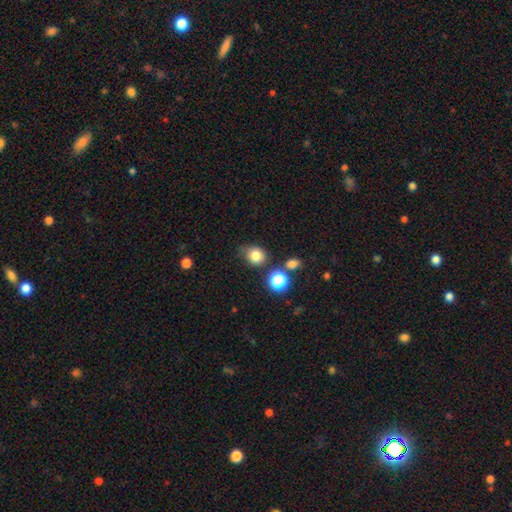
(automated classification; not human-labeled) Smooth or featured?
  - smooth: 80% *
  - star or artifact: 14%
  - featured or disk: 7%
How rounded?
  - round: 73% *
  - in between: 26%
  - cigar-shaped: 1%
Merging?
  - none: 68% *
  - minor disturbance: 20%
  - merger: 7%
  - major disturbance: 5%